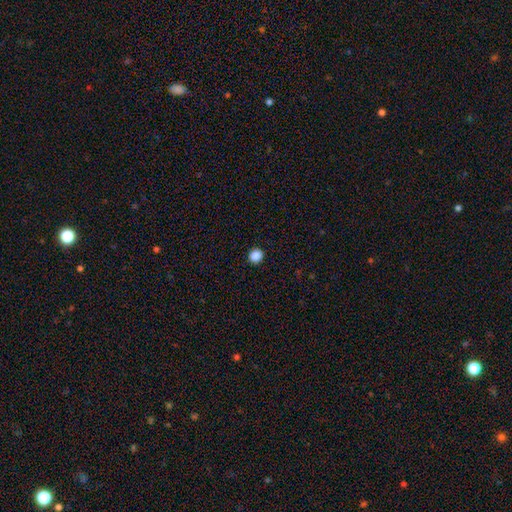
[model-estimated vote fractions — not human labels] A smooth galaxy with no disk features (87%) that is round (89%).

Vote fractions:
- Smooth or featured? smooth: 87% / star or artifact: 10% / featured or disk: 3%
- How rounded? round: 89% / in between: 10% / cigar-shaped: 1%
- Merging? none: 93% / minor disturbance: 5% / major disturbance: 2% / merger: 1%